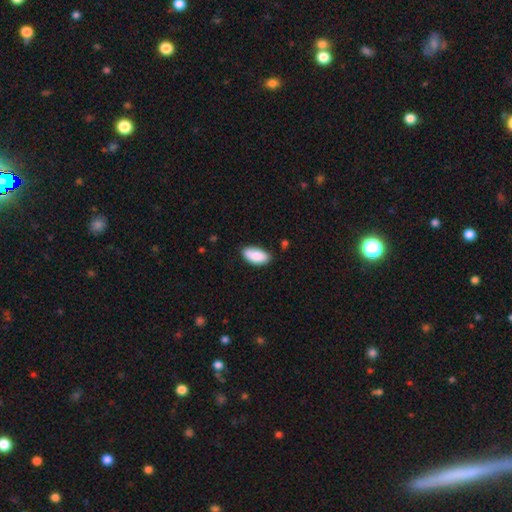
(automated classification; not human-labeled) Smooth or featured? Predicted: smooth (p=0.89). How rounded? Predicted: in between (p=0.93). Merging? Predicted: none (p=0.77).